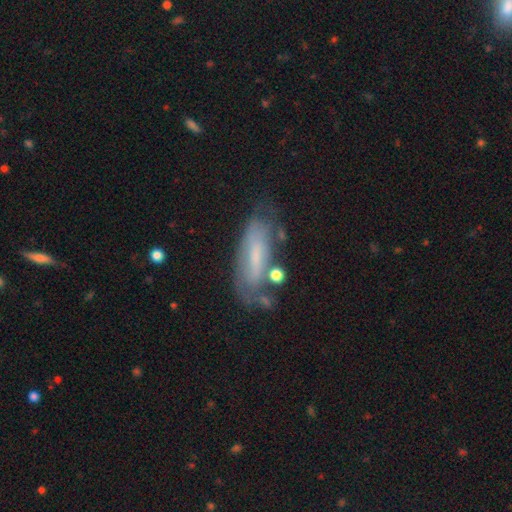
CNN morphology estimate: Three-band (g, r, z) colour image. It shows a featured or disk galaxy (48%). Merging: none (59%).